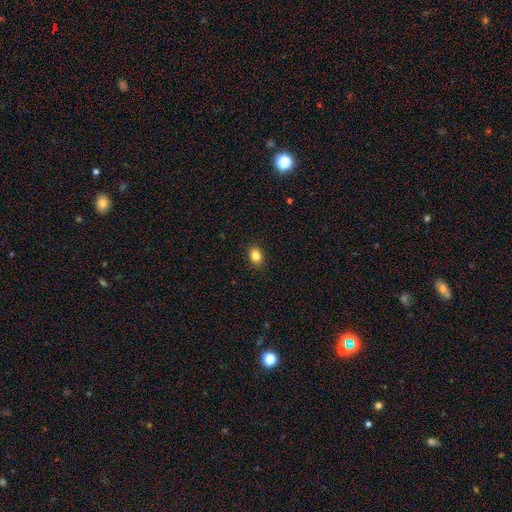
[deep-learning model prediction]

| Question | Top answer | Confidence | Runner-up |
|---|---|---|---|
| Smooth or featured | smooth | 85% | star or artifact (10%) |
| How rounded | in between | 63% | round (36%) |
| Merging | none | 90% | minor disturbance (7%) |